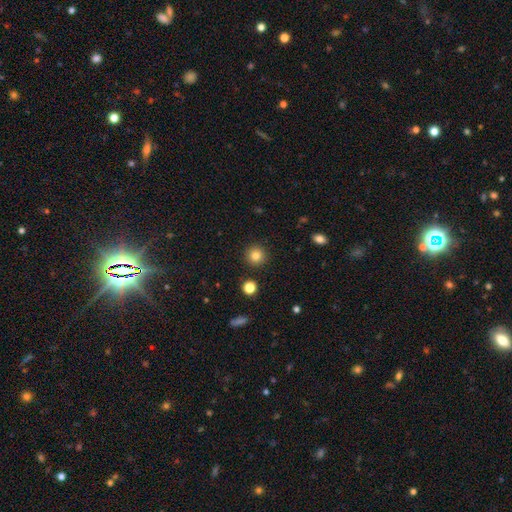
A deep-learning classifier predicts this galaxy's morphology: This appears to be a smooth galaxy with no disk features (83%) that is round (95%). Merging: none (92%).